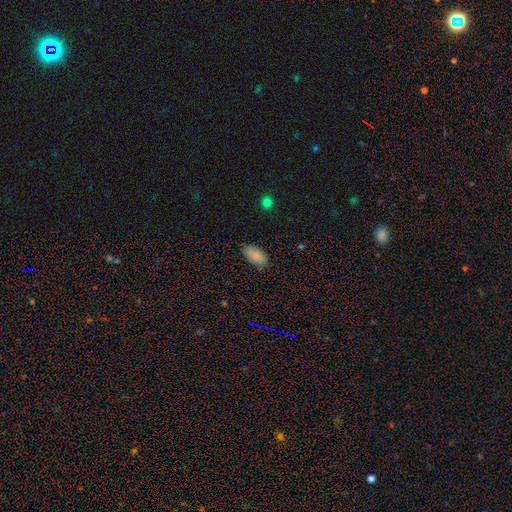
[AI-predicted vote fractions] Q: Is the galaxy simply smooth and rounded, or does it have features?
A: smooth — 83%.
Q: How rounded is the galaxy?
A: in between — 93%.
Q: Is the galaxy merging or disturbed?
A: none — 78%.